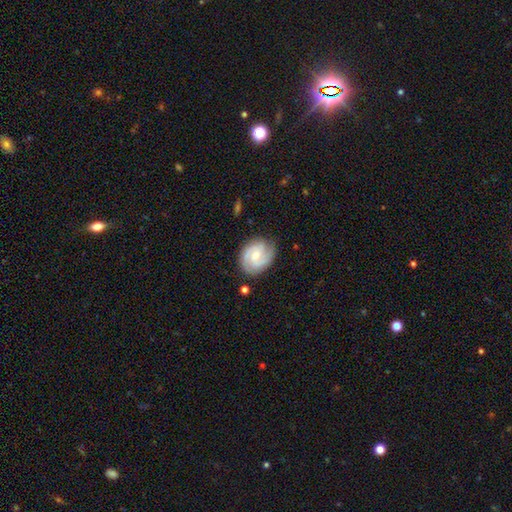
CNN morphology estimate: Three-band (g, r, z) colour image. It shows a featured or disk galaxy (79%) with no bar (49%), 2 (45%) tight (48%) spiral arms (96%) and a small central bulge (52%). Merging: none (78%).